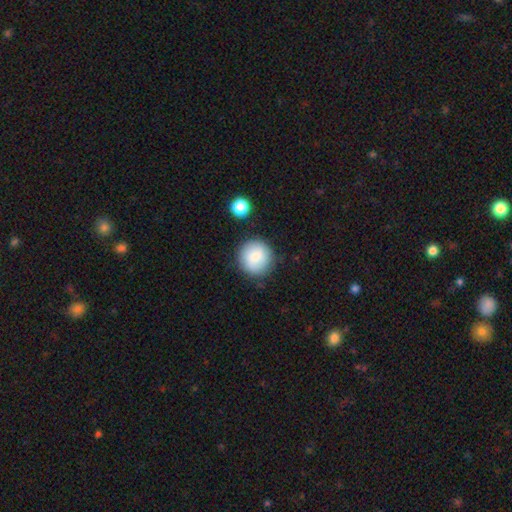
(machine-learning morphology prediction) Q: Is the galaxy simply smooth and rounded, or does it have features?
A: smooth — 82%.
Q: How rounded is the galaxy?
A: round — 94%.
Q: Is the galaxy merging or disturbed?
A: none — 84%.